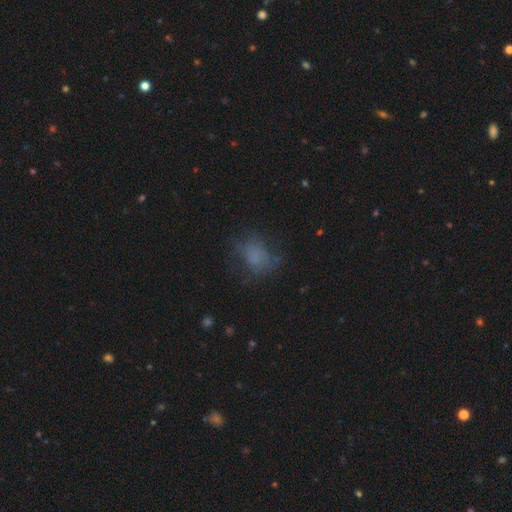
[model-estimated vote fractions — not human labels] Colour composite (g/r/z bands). It shows a smooth galaxy with no disk features (62%) that is round (51%). Merging: none (55%).